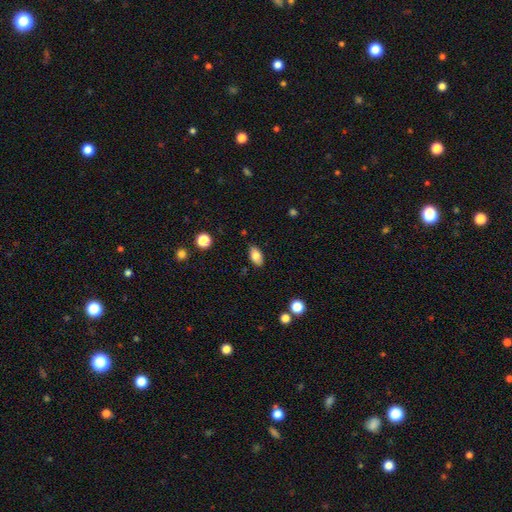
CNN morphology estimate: A smooth galaxy with no disk features (80%) that is in between round and cigar-shaped (90%). Merging: none (86%).